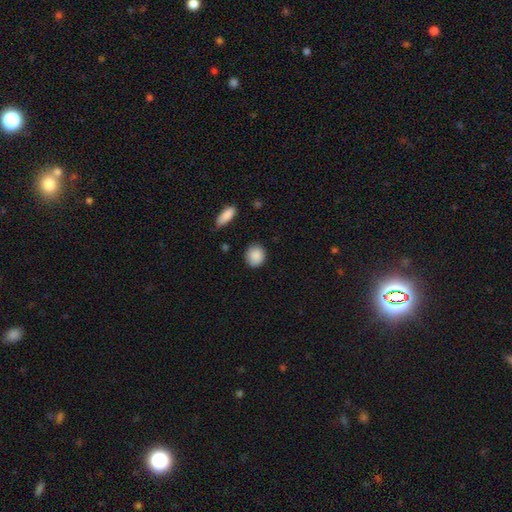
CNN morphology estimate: Overall: smooth (89%). How rounded: round (81%). Merging: none (83%).